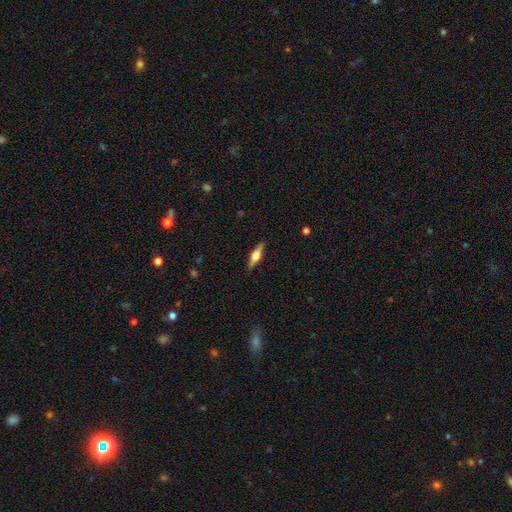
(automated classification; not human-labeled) Smooth or featured? Predicted: featured or disk (p=0.62). Edge-on disk? Predicted: yes (p=0.96). Edge-on bulge? Predicted: rounded (p=0.90). Merging? Predicted: none (p=0.89).